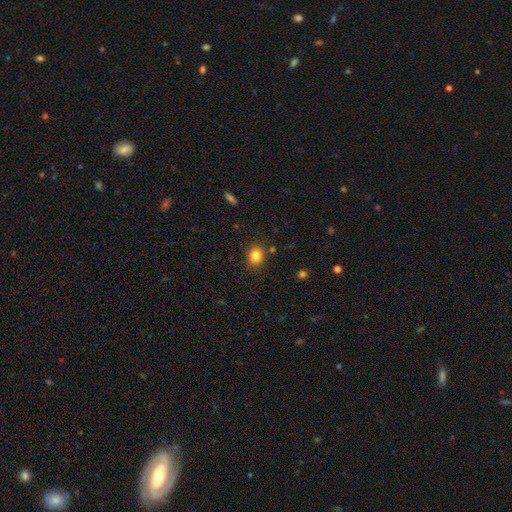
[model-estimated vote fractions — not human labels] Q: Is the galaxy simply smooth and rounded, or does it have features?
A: smooth — 83%.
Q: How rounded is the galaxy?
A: round — 57%.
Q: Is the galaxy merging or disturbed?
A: none — 82%.